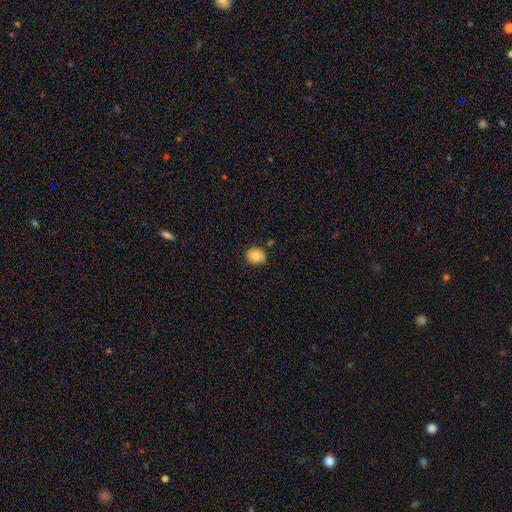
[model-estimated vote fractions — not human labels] Smooth or featured: smooth — 84% (star or artifact — 9%)
How rounded: round — 71% (in between — 28%)
Merging: none — 81% (minor disturbance — 13%)